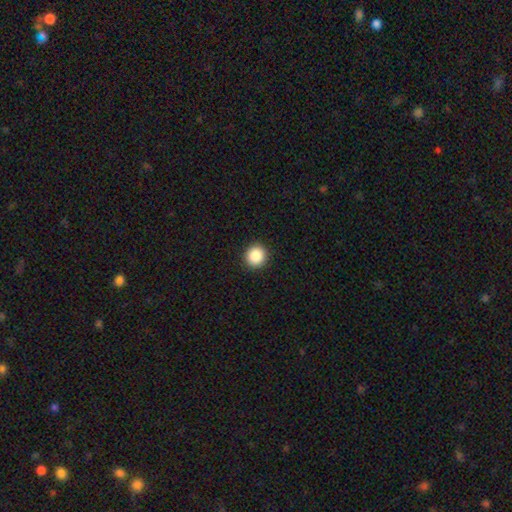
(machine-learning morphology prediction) Q: Smooth or featured?
A: smooth (88%); runner-up: star or artifact (9%)
Q: How rounded?
A: round (93%); runner-up: in between (6%)
Q: Merging?
A: none (93%); runner-up: minor disturbance (5%)